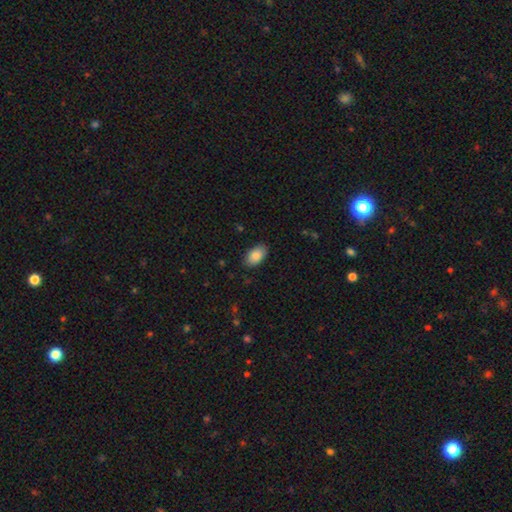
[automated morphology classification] The model was most divided on "merging": none: 85%, minor disturbance: 12%, major disturbance: 2%, merger: 1%. More confident: how rounded — in between (94%); smooth or featured — smooth (87%).